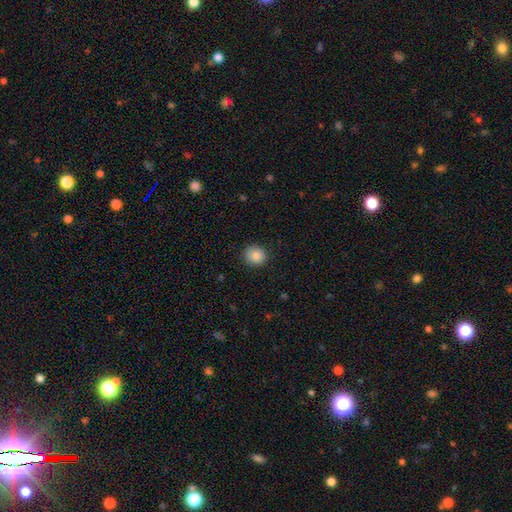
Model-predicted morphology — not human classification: Smooth or featured? Predicted: smooth (p=0.85). How rounded? Predicted: round (p=0.86). Merging? Predicted: none (p=0.89).